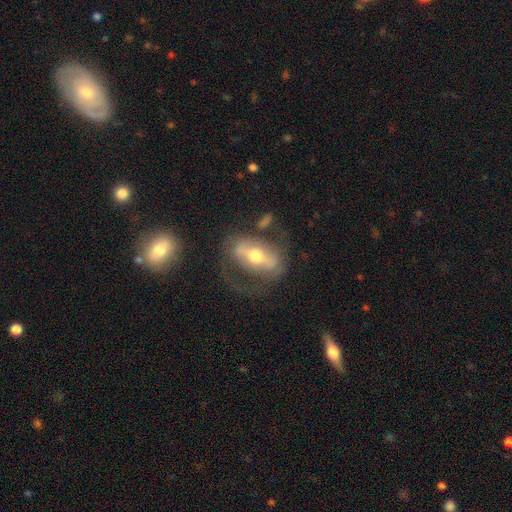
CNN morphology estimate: This appears to be a featured or disk galaxy (67%) with a strong bar (47%), spiral arms (52%) and a moderate central bulge (72%). Merging: none (49%).